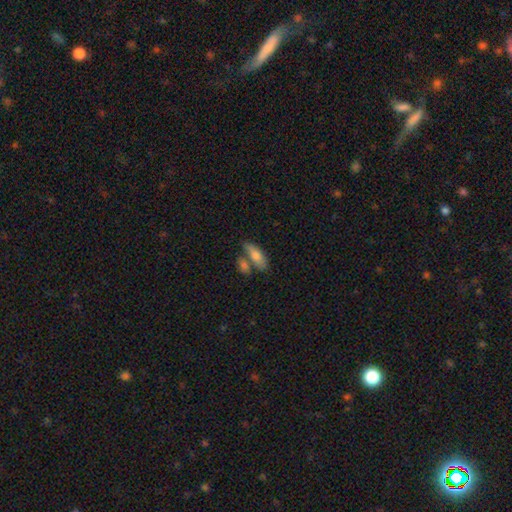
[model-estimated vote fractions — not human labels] This is likely a smooth galaxy (76%). How rounded: likely in between (70%). Merging: possibly none (49%).